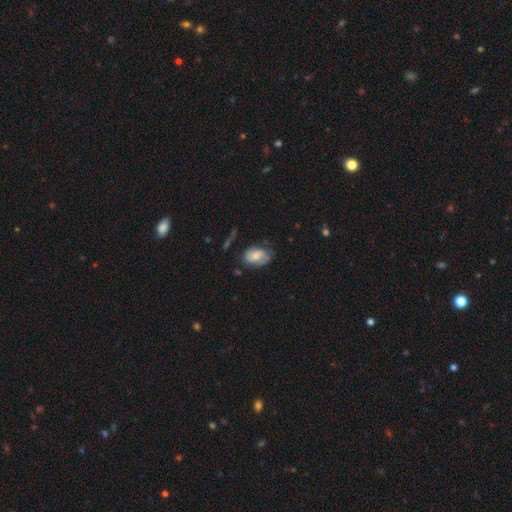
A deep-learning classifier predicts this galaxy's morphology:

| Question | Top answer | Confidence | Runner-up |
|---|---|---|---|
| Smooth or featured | smooth | 56% | featured or disk (36%) |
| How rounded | in between | 85% | round (14%) |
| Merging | none | 57% | minor disturbance (29%) |